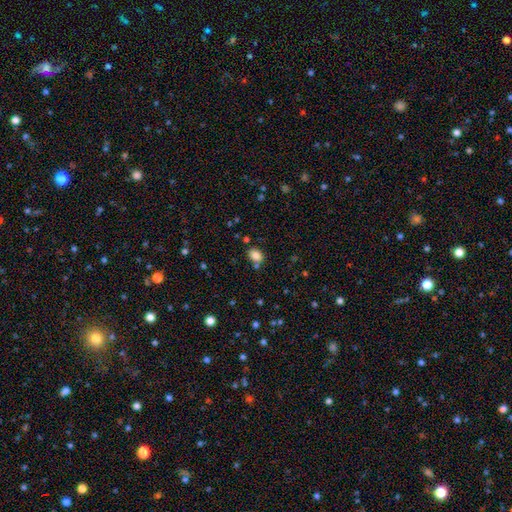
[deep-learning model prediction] The model was most divided on "how rounded": in between: 70%, round: 28%, cigar-shaped: 1%. More confident: smooth or featured — smooth (84%); merging — none (73%).